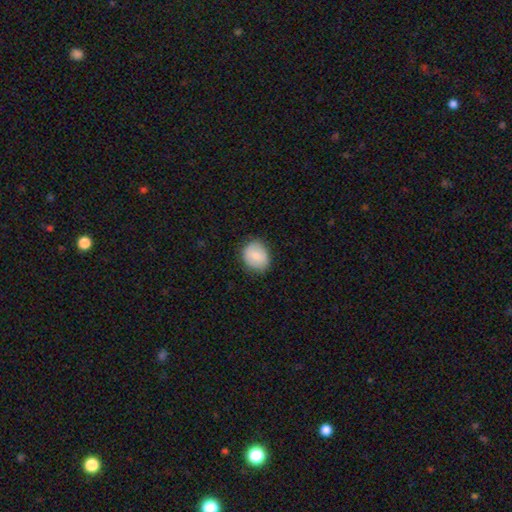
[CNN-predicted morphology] The model was most divided on "how rounded": round: 60%, in between: 39%, cigar-shaped: 1%. More confident: merging — none (81%); smooth or featured — smooth (77%).